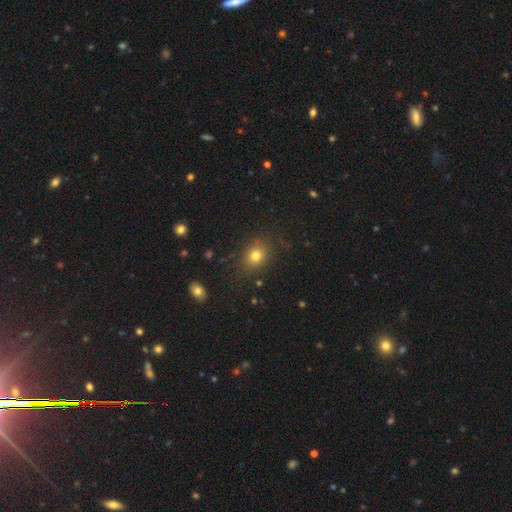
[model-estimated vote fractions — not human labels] Q: Smooth or featured?
A: smooth (78%); runner-up: star or artifact (14%)
Q: How rounded?
A: round (54%); runner-up: in between (45%)
Q: Merging?
A: none (82%); runner-up: minor disturbance (12%)